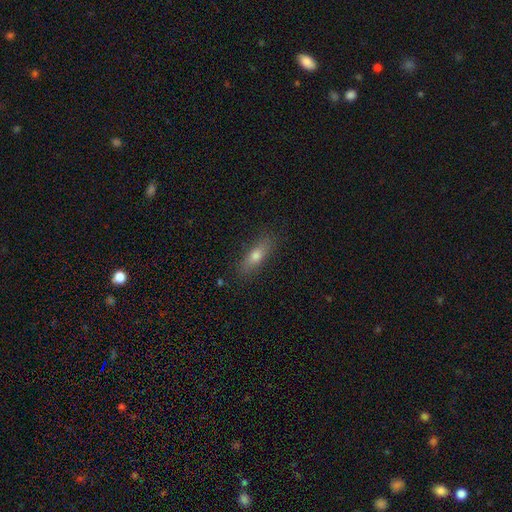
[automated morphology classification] smooth_or_featured: smooth (p=0.68) [alt: featured or disk p=0.23]
how_rounded: cigar-shaped (p=0.51) [alt: in between p=0.46]
merging: none (p=0.85) [alt: minor disturbance p=0.11]